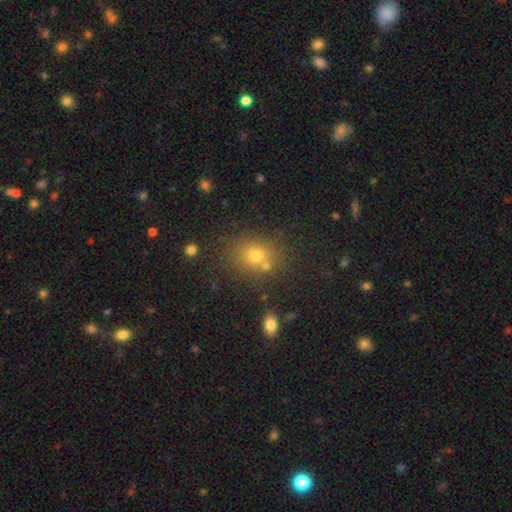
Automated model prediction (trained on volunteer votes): Overall: smooth (71%). How rounded: round (60%; in between 39%). Merging: none (68%).